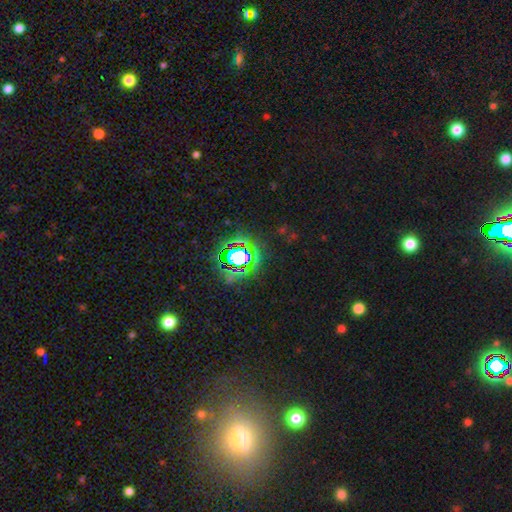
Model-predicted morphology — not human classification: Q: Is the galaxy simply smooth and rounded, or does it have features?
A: star or artifact — 71%.